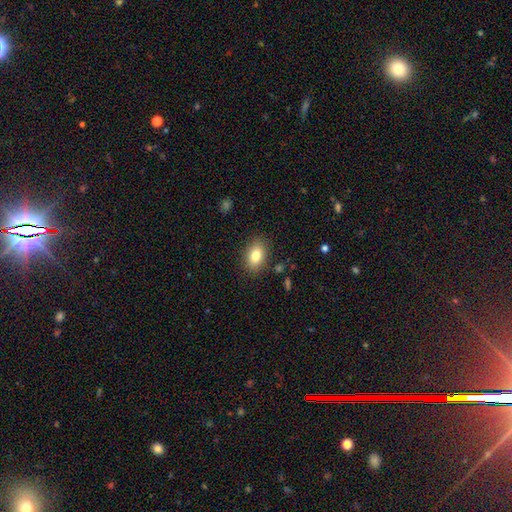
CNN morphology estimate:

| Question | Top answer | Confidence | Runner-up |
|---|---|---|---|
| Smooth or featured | smooth | 82% | featured or disk (9%) |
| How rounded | in between | 84% | round (14%) |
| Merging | none | 86% | minor disturbance (10%) |